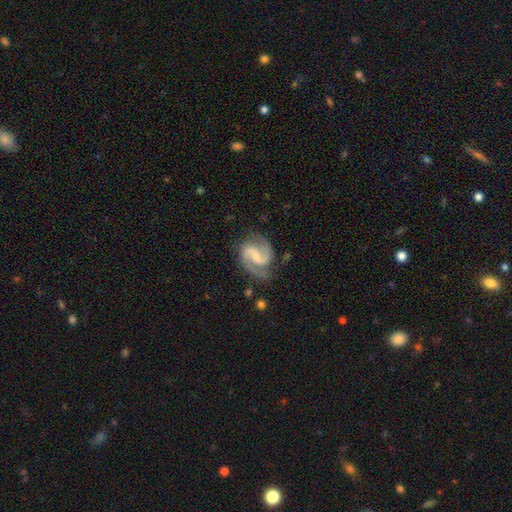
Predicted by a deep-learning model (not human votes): Smooth or featured: featured or disk — 92% (smooth — 4%)
Edge-on disk: no — 98% (yes — 2%)
Bar: weak — 50% (no — 28%)
Spiral arms: yes — 98% (no — 2%)
Spiral winding: medium — 64% (tight — 19%)
Spiral arm count: 2 — 94% (can't tell — 2%)
Bulge size: small — 50% (moderate — 24%)
Merging: none — 78% (minor disturbance — 15%)